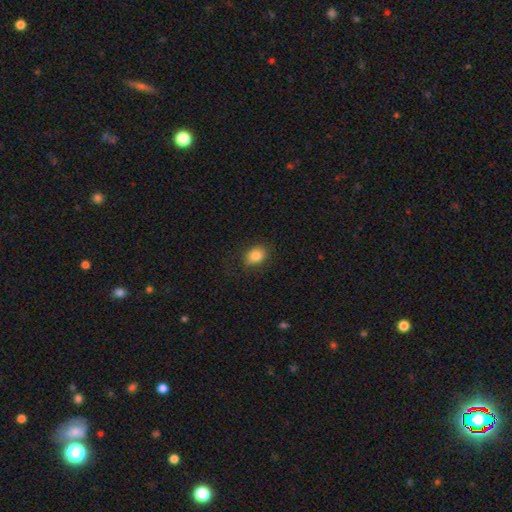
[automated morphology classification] smooth-or-featured: smooth: 84% | star or artifact: 9% | featured or disk: 7%
  how-rounded: in between: 67% | round: 32% | cigar-shaped: 1%
  merging: none: 79% | minor disturbance: 15% | major disturbance: 5% | merger: 1%